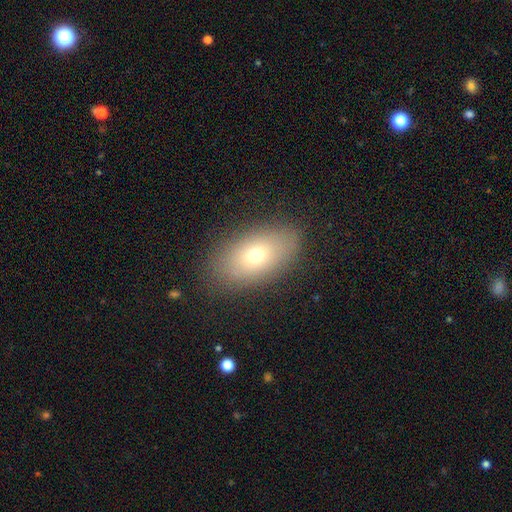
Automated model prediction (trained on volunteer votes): A smooth galaxy with no disk features (68%) that is in between round and cigar-shaped (88%).

Vote fractions:
- Smooth or featured? smooth: 68% / featured or disk: 20% / star or artifact: 11%
- How rounded? in between: 88% / round: 9% / cigar-shaped: 3%
- Merging? none: 84% / minor disturbance: 11% / major disturbance: 4% / merger: 1%